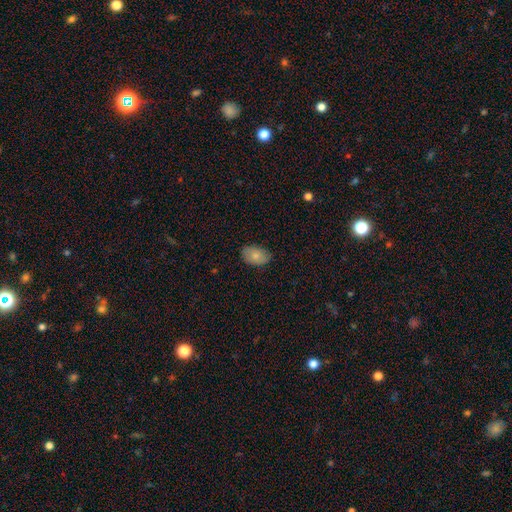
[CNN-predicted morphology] Smooth or featured? Predicted: smooth (p=0.81). How rounded? Predicted: in between (p=0.89). Merging? Predicted: none (p=0.82).